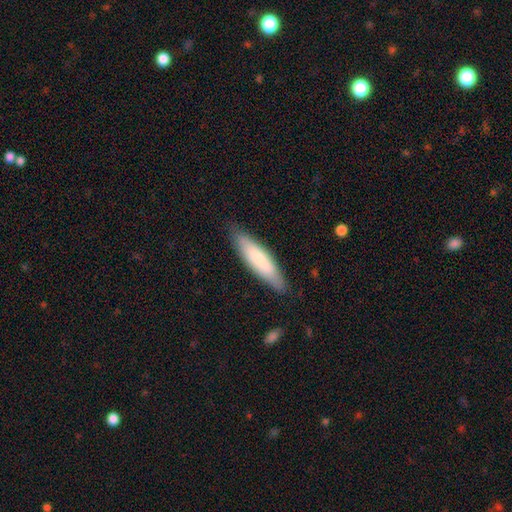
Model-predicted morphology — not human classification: Q: Smooth or featured?
A: smooth (74%); runner-up: featured or disk (21%)
Q: How rounded?
A: cigar-shaped (71%); runner-up: in between (28%)
Q: Merging?
A: none (85%); runner-up: minor disturbance (12%)